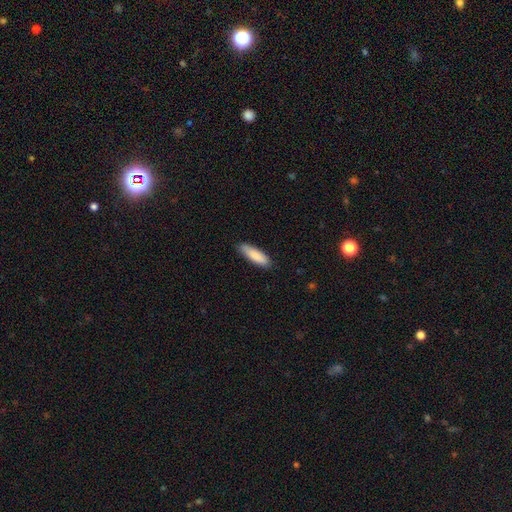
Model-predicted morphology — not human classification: Smooth or featured? smooth (87%)
How rounded? cigar-shaped (56%)
Merging? none (84%)